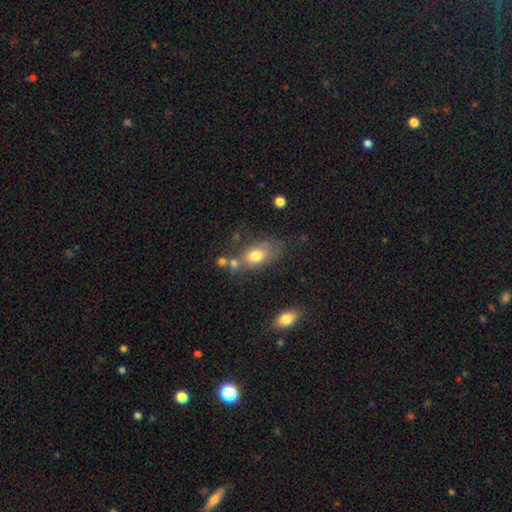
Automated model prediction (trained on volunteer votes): Smooth or featured: smooth — 73% (featured or disk — 18%)
How rounded: in between — 83% (round — 13%)
Merging: none — 49% (minor disturbance — 23%)